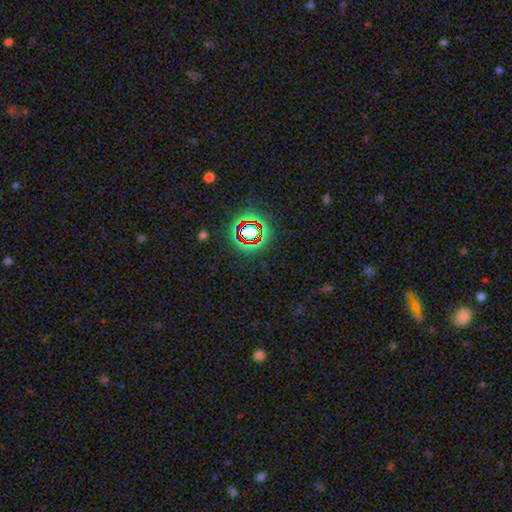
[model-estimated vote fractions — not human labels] Smooth or featured: star or artifact — 74% (smooth — 14%)